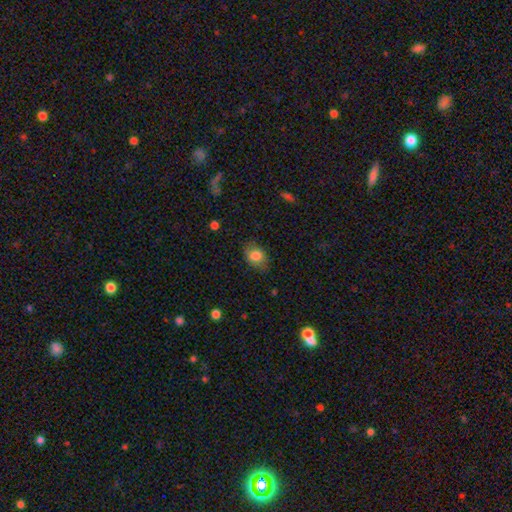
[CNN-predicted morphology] smooth 80%, featured or disk 12%, star or artifact 8%. Down the decision tree: how rounded — in between (70%); merging — none (74%).